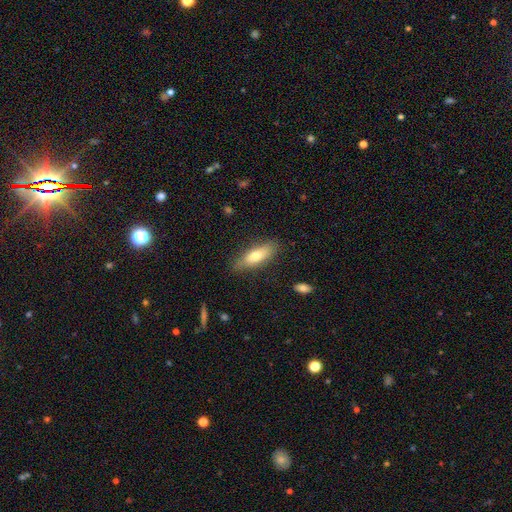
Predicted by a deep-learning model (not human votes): A smooth galaxy with no disk features (70%) that is in between round and cigar-shaped (53%).

Vote fractions:
- Smooth or featured? smooth: 70% / featured or disk: 24% / star or artifact: 6%
- How rounded? in between: 53% / cigar-shaped: 45% / round: 2%
- Merging? none: 80% / minor disturbance: 15% / major disturbance: 3% / merger: 2%